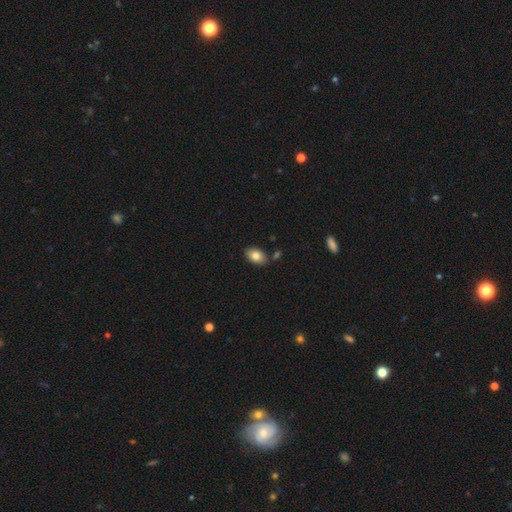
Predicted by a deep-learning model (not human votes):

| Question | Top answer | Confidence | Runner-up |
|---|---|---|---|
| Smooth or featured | smooth | 81% | featured or disk (11%) |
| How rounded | in between | 90% | round (9%) |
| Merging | none | 80% | minor disturbance (12%) |